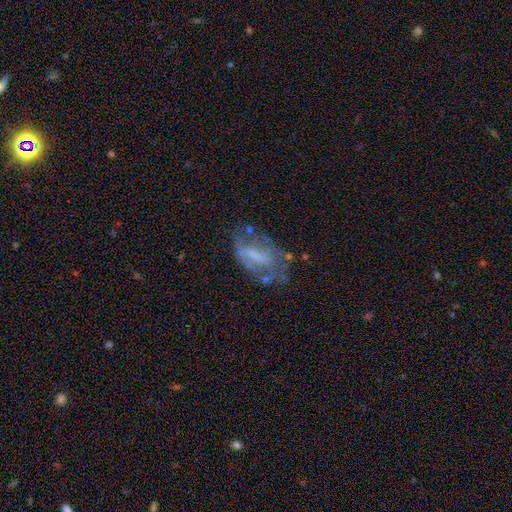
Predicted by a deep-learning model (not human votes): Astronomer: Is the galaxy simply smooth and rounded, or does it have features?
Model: featured or disk — 61%.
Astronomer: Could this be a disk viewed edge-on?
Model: no — 93%.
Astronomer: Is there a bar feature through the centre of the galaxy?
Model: no — 39%, tied with weak at 39%.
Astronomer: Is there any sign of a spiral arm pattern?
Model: no — 58% (runner-up: yes, 42%).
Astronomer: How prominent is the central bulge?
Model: none — 41% (runner-up: small, 29%).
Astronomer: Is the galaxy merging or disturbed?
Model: none — 42% (runner-up: major disturbance, 27%).